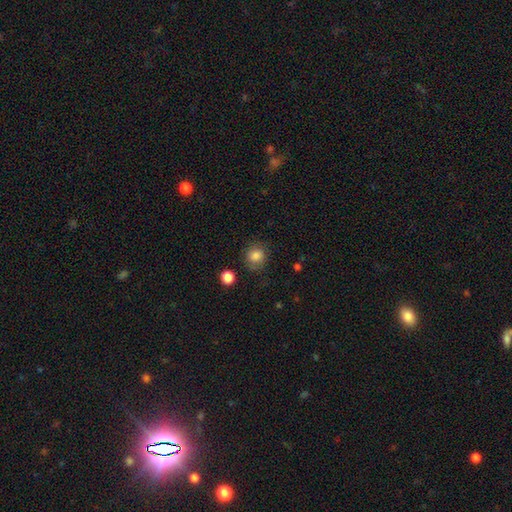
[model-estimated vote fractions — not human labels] A smooth galaxy with no disk features (82%) that is round (84%). Merging: none (78%).